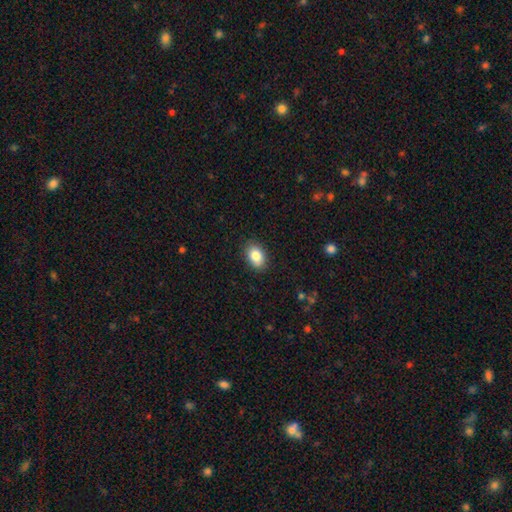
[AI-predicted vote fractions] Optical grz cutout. It shows a smooth galaxy with no disk features (85%) that is in between round and cigar-shaped (85%). Merging: none (88%).